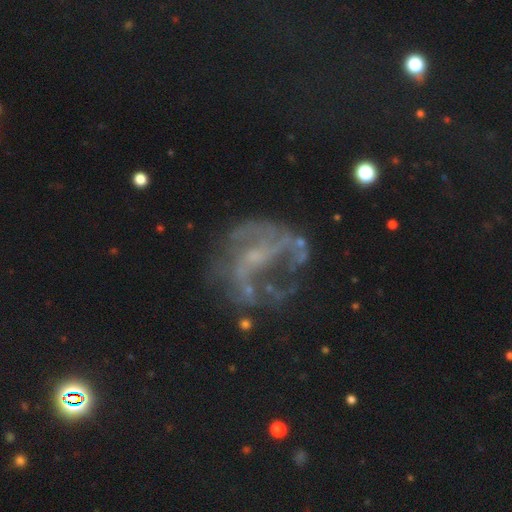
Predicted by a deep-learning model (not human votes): Smooth or featured: featured or disk — 70% (star or artifact — 19%)
Edge-on disk: no — 97% (yes — 3%)
Bar: no — 51% (weak — 35%)
Spiral arms: yes — 62% (no — 38%)
Bulge size: small — 48% (none — 36%)
Merging: none — 44% (major disturbance — 33%)